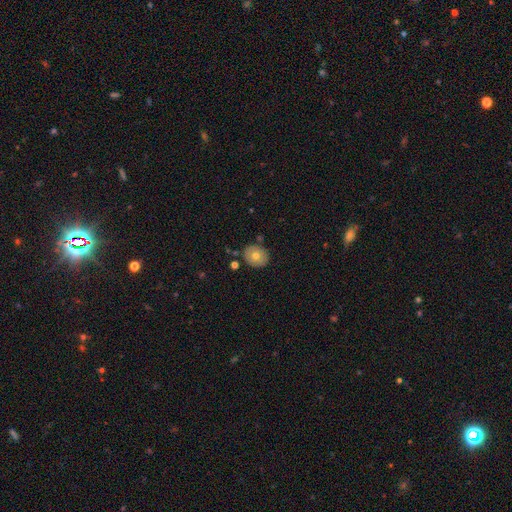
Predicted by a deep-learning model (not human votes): Q: Smooth or featured?
A: smooth (70%); runner-up: featured or disk (21%)
Q: How rounded?
A: round (73%); runner-up: in between (26%)
Q: Merging?
A: none (84%); runner-up: minor disturbance (10%)